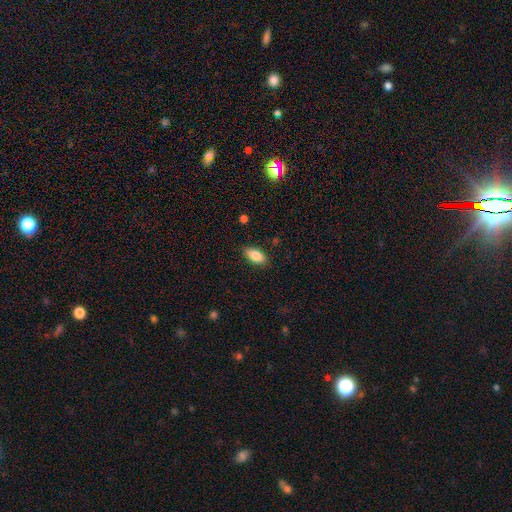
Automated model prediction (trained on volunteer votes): Smooth or featured? Predicted: smooth (p=0.84). How rounded? Predicted: in between (p=0.90). Merging? Predicted: none (p=0.86).